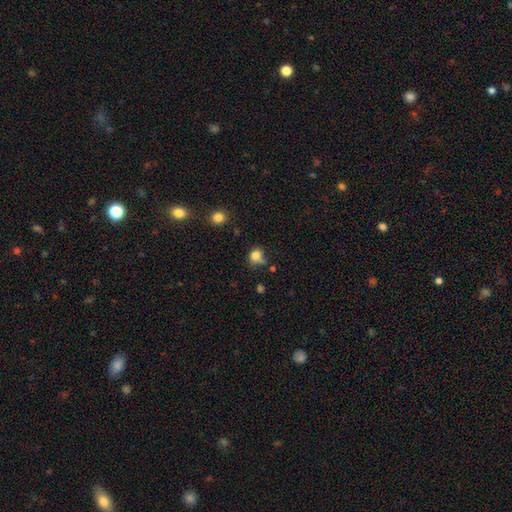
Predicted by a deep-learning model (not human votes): Q: Smooth or featured?
A: smooth (79%); runner-up: star or artifact (12%)
Q: How rounded?
A: round (64%); runner-up: in between (35%)
Q: Merging?
A: none (44%); runner-up: minor disturbance (30%)